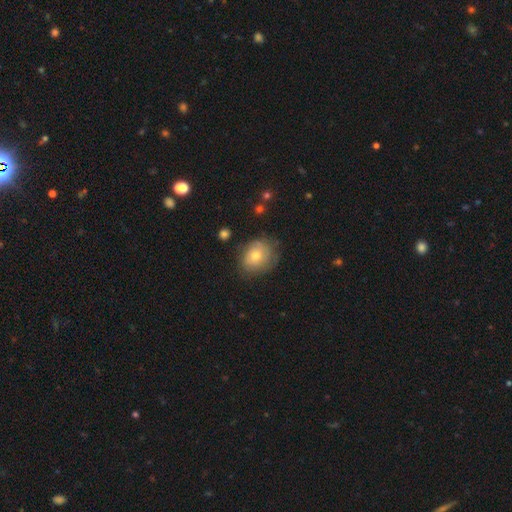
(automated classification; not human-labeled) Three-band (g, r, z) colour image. It shows a smooth galaxy with no disk features (64%) that is round (55%). Merging: none (72%).